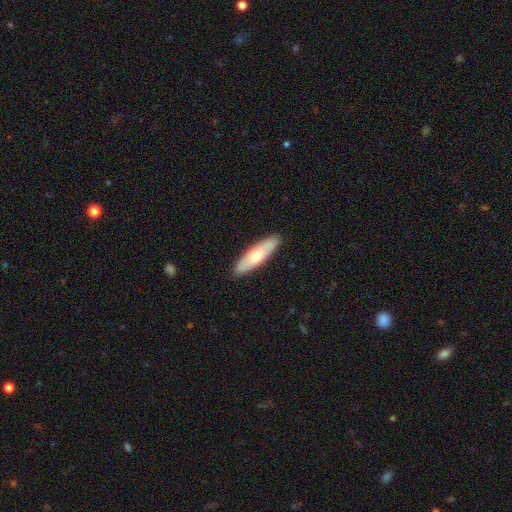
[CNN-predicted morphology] smooth 57%, featured or disk 38%, star or artifact 5%. Down the decision tree: how rounded — cigar-shaped (52%); merging — none (89%).